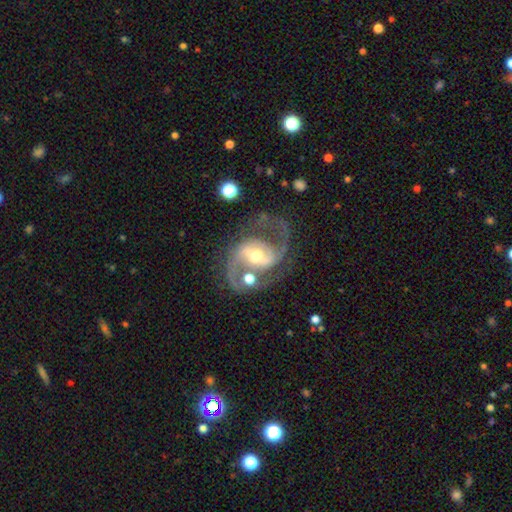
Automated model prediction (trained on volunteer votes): A featured or disk galaxy (90%) with a weak bar (42%), 2 (90%) medium (60%) spiral arms (96%) and a moderate central bulge (67%).

Vote fractions:
- Smooth or featured? featured or disk: 90% / star or artifact: 6% / smooth: 5%
- Edge-on disk? no: 97% / yes: 3%
- Bar? weak: 42% / strong: 38% / no: 20%
- Spiral arms? yes: 96% / no: 4%
- Spiral winding? medium: 60% / loose: 23% / tight: 16%
- Spiral arm count? 2: 90% / can't tell: 3% / 3: 3% / 1: 2% / 4: 1% / more than 4: 1%
- Bulge size? moderate: 67% / small: 24% / large: 7% / none: 1% / dominant: 1%
- Merging? none: 57% / minor disturbance: 17% / major disturbance: 14% / merger: 12%